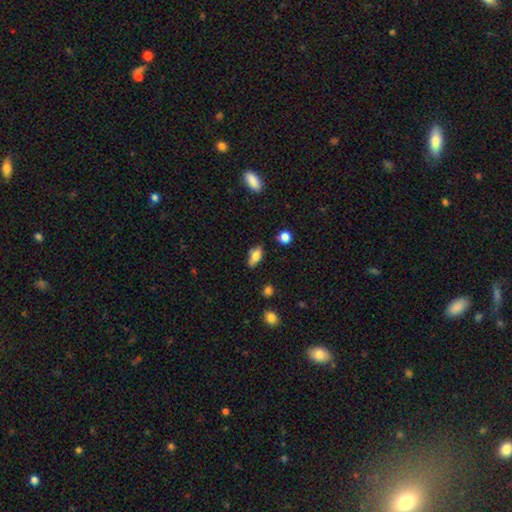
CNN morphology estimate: Overall: smooth (71%). How rounded: in between (80%). Merging: none (74%).